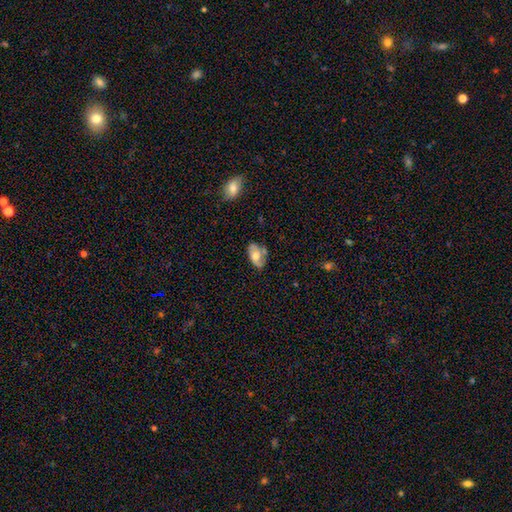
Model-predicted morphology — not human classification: type=smooth (48%); merging=none (58%).